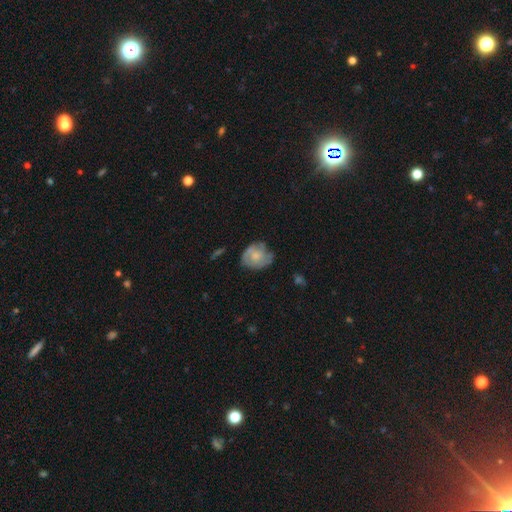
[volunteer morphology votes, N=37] Smooth or featured? 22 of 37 (59%) said smooth. How rounded? 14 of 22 (64%) said round. Merging? 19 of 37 (51%) said none.